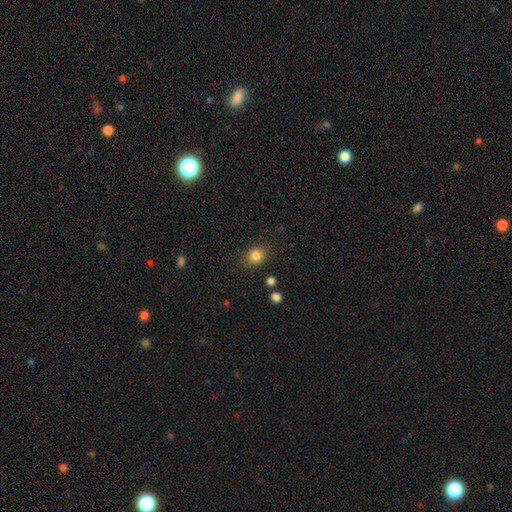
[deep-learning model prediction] Morphology: type=smooth (83%); roundness=round (56%); merging=none (82%).